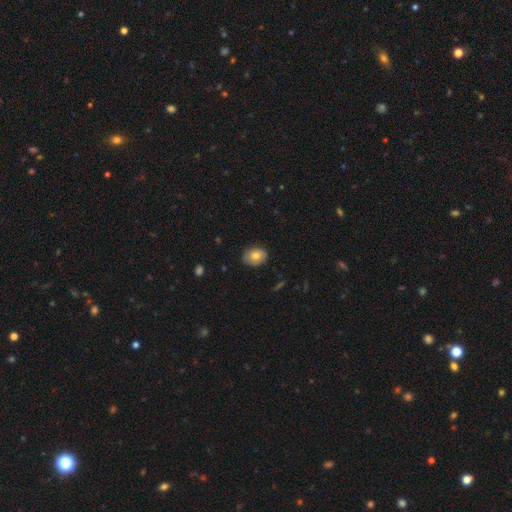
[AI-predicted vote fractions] Smooth or featured? smooth (77%)
How rounded? in between (68%)
Merging? none (82%)